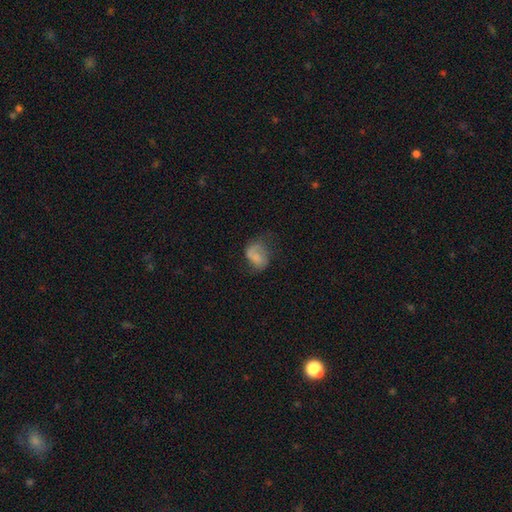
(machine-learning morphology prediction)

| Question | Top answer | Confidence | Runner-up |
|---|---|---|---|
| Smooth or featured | smooth | 56% | featured or disk (34%) |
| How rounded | in between | 65% | round (34%) |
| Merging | none | 40% | minor disturbance (31%) |